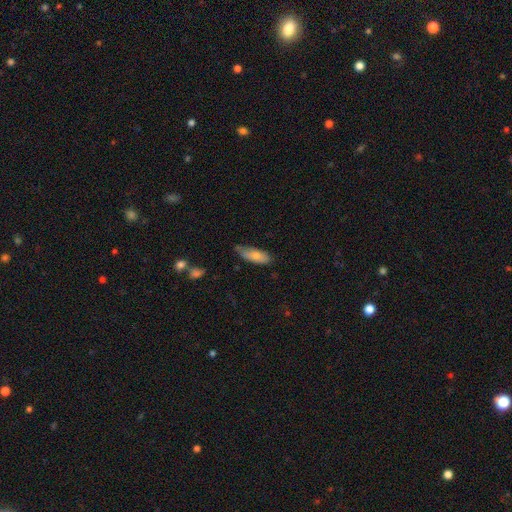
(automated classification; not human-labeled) Smooth or featured? smooth (76%)
How rounded? in between (66%)
Merging? none (64%)